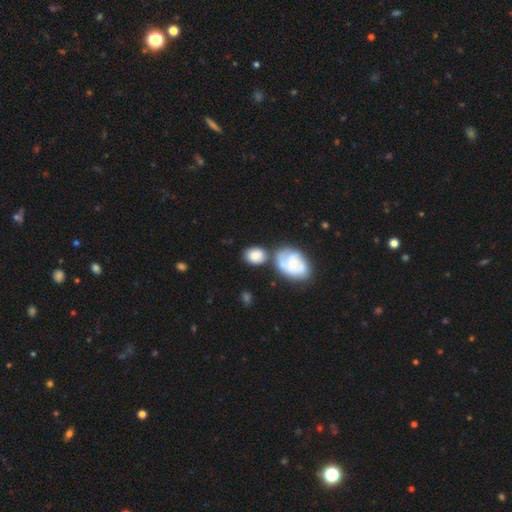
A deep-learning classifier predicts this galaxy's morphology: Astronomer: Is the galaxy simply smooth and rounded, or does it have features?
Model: smooth — 72%.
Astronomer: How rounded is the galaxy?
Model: in between — 56% (runner-up: round, 43%).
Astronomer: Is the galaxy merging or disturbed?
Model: none — 53%.